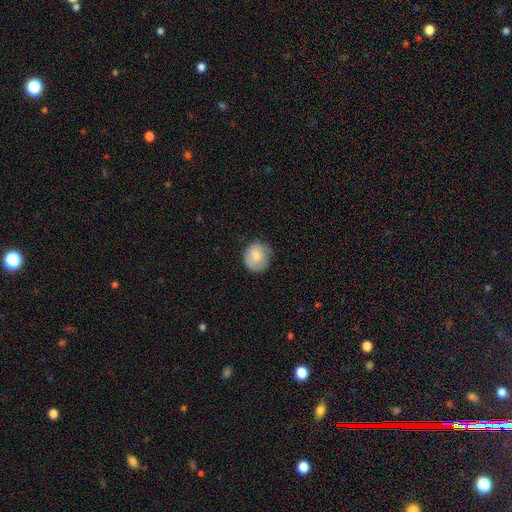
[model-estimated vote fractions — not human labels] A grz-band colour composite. It shows a smooth galaxy with no disk features (78%) that is round (80%). Merging: none (72%).